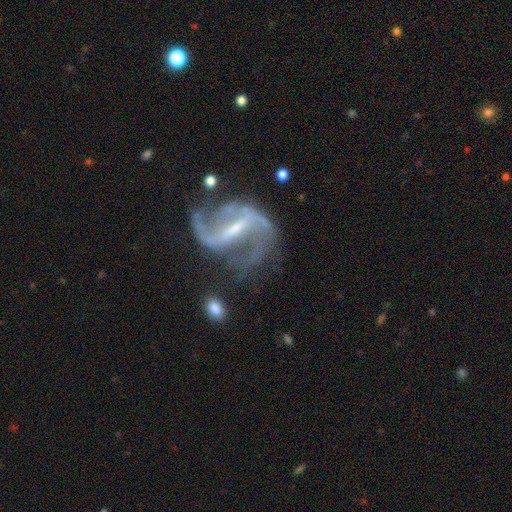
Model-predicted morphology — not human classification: smooth_or_featured: featured or disk (p=0.90) [alt: star or artifact p=0.06]
disk_edge_on: no (p=0.97) [alt: yes p=0.03]
bar: strong (p=0.66) [alt: weak p=0.27]
has_spiral_arms: yes (p=0.96) [alt: no p=0.04]
spiral_winding: medium (p=0.45) [alt: loose p=0.43]
spiral_arm_count: 2 (p=0.85) [alt: can't tell p=0.04]
bulge_size: small (p=0.64) [alt: moderate p=0.23]
merging: none (p=0.56) [alt: minor disturbance p=0.20]